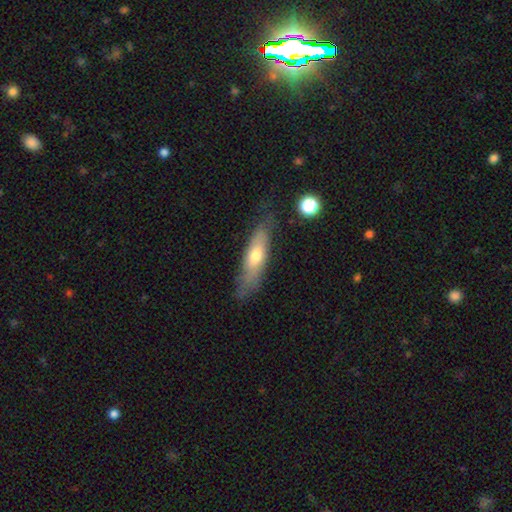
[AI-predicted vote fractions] Q: Smooth or featured?
A: smooth (57%); runner-up: featured or disk (37%)
Q: How rounded?
A: cigar-shaped (59%); runner-up: in between (39%)
Q: Merging?
A: none (66%); runner-up: minor disturbance (24%)